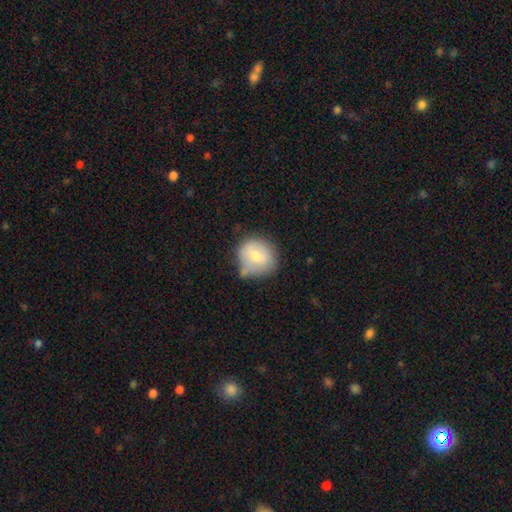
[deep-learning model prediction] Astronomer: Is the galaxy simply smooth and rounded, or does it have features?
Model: smooth — 72%.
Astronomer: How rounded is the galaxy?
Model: round — 84%.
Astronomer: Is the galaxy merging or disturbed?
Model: none — 51% (runner-up: minor disturbance, 28%).